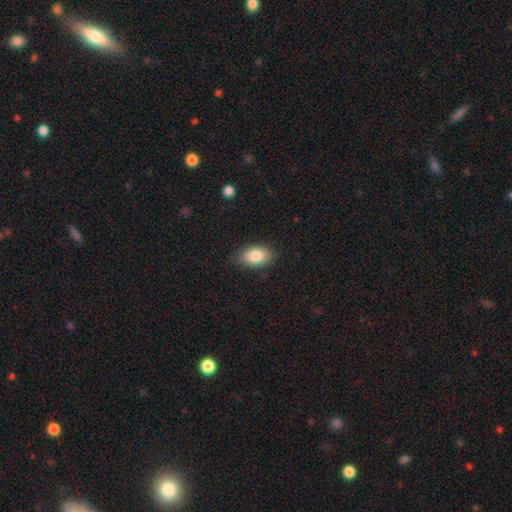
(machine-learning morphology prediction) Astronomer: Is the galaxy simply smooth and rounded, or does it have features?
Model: smooth — 86%.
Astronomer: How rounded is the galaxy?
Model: in between — 90%.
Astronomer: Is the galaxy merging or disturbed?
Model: none — 84%.